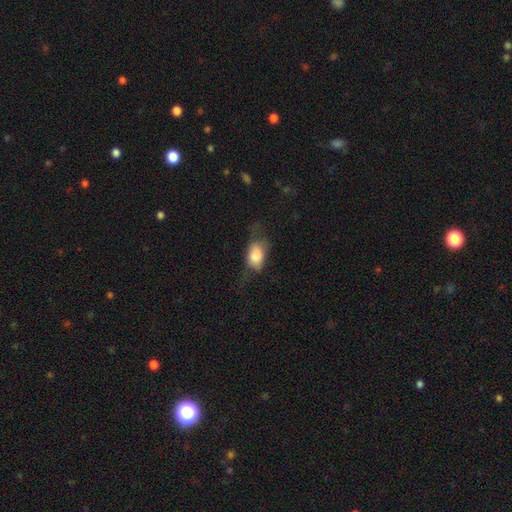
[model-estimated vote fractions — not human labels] A smooth galaxy with no disk features (77%) that is in between round and cigar-shaped (84%). Merging: none (36%).